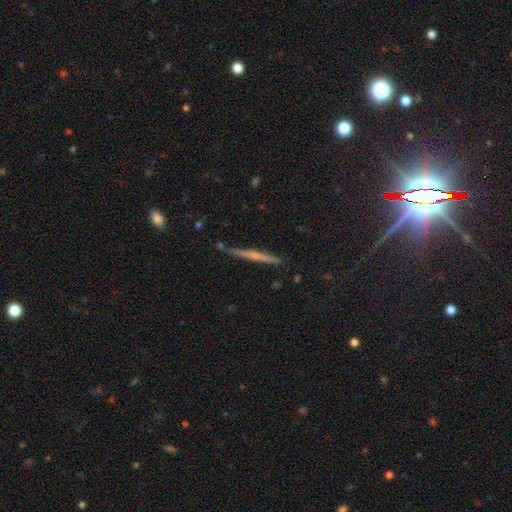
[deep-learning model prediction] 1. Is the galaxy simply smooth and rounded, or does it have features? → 65% featured or disk, 27% smooth, 8% star or artifact.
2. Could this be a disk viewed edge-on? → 98% yes, 2% no.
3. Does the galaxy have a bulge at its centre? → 47% none, 44% rounded, 10% boxy.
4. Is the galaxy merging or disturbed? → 89% none, 8% minor disturbance, 2% merger, 2% major disturbance.